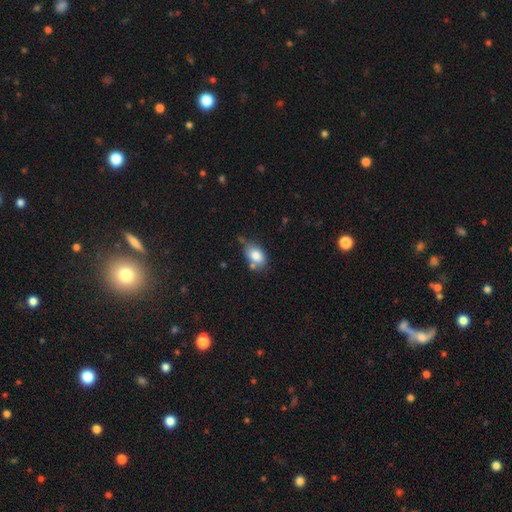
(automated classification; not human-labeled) Smooth or featured: smooth — 82% (featured or disk — 10%)
How rounded: in between — 83% (round — 15%)
Merging: none — 51% (minor disturbance — 27%)